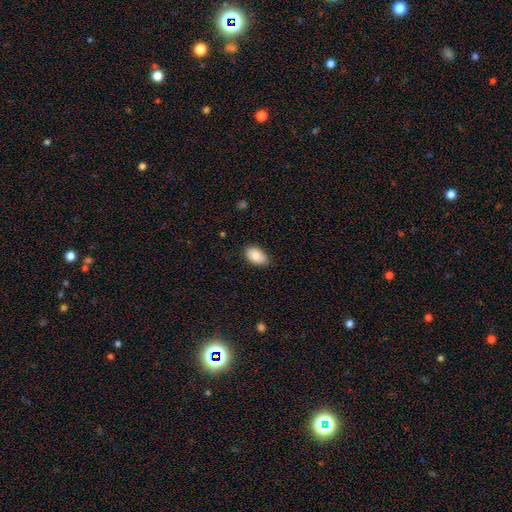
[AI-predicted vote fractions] Smooth or featured? Predicted: smooth (p=0.83). How rounded? Predicted: in between (p=0.92). Merging? Predicted: none (p=0.81).